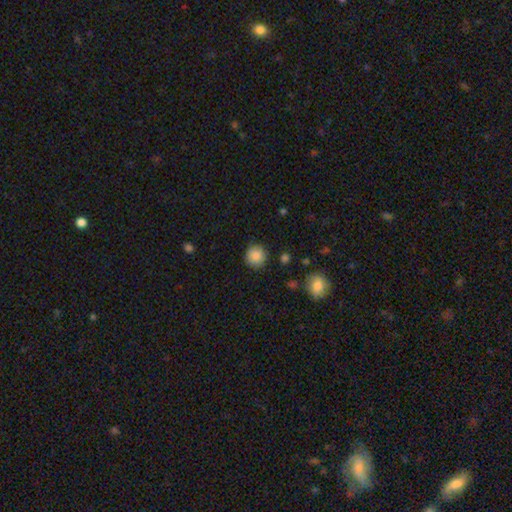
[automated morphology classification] smooth 87%, star or artifact 9%, featured or disk 4%. Down the decision tree: how rounded — round (93%); merging — none (87%).